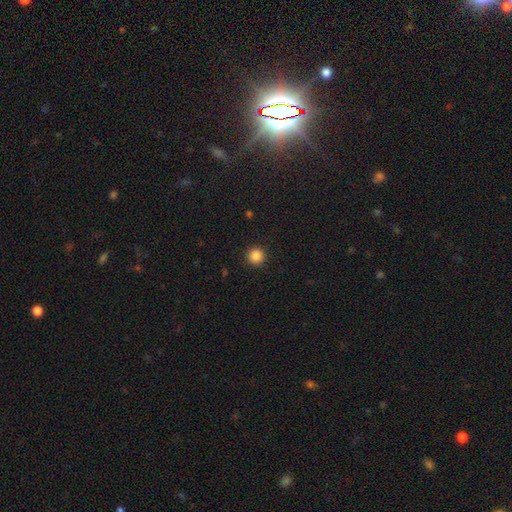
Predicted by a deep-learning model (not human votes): smooth 86%, star or artifact 10%, featured or disk 3%. Down the decision tree: how rounded — round (96%); merging — none (93%).